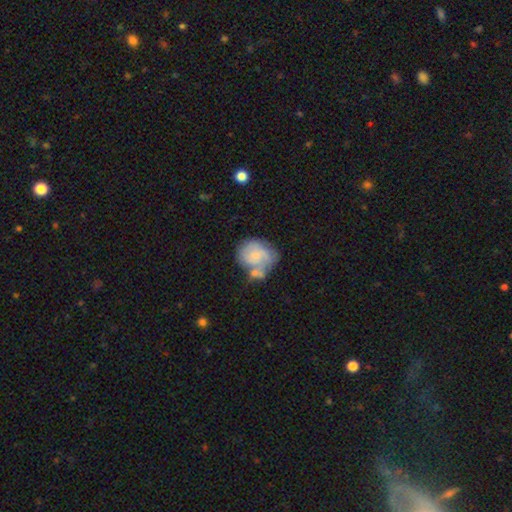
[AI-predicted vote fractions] A featured or disk galaxy (50%). Merging: none (36%).